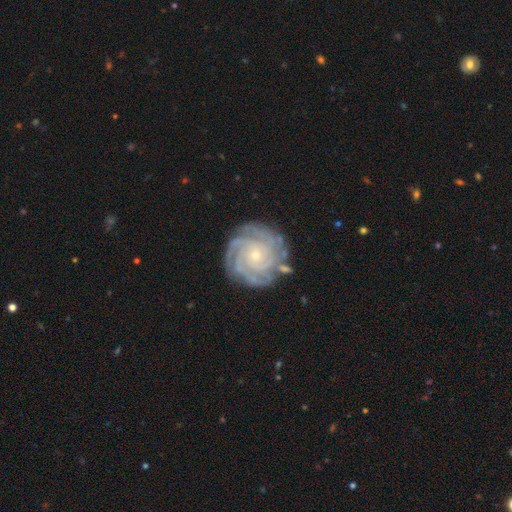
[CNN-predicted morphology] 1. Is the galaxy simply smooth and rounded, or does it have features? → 89% featured or disk, 6% star or artifact, 6% smooth.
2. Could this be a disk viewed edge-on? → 98% no, 2% yes.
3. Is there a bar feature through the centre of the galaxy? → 78% no, 17% weak, 5% strong.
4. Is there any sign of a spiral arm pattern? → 98% yes, 2% no.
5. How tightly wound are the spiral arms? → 82% tight, 16% medium, 2% loose.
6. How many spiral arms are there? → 42% 4, 19% 3, 13% more than 4, 13% can't tell, 7% 2, 6% 1.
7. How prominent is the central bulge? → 77% small, 20% moderate, 1% none, 1% large, 1% dominant.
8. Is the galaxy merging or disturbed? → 82% none, 12% minor disturbance, 4% major disturbance, 2% merger.